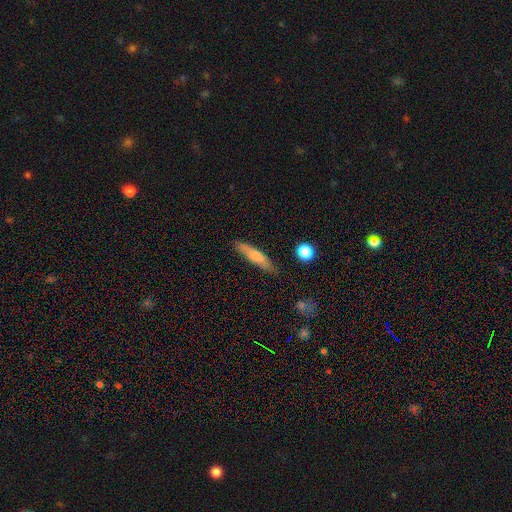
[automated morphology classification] Q: Smooth or featured?
A: smooth (66%); runner-up: featured or disk (28%)
Q: How rounded?
A: cigar-shaped (84%); runner-up: in between (14%)
Q: Merging?
A: none (83%); runner-up: minor disturbance (12%)